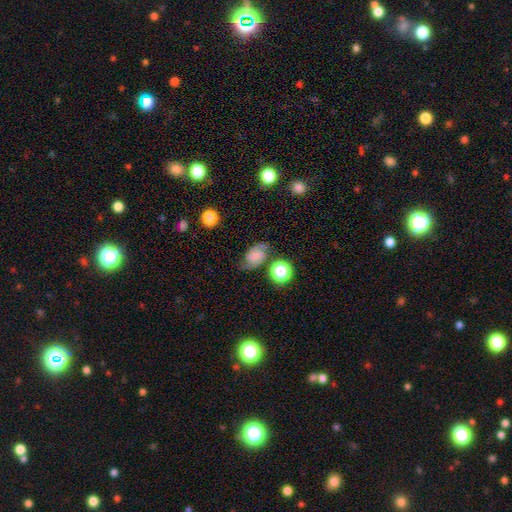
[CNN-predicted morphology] smooth_or_featured: featured or disk (p=0.55) [alt: smooth p=0.33]
disk_edge_on: no (p=0.97) [alt: yes p=0.03]
bar: no (p=0.56) [alt: weak p=0.34]
has_spiral_arms: yes (p=0.92) [alt: no p=0.08]
bulge_size: none (p=0.48) [alt: small p=0.24]
merging: none (p=0.68) [alt: minor disturbance p=0.20]